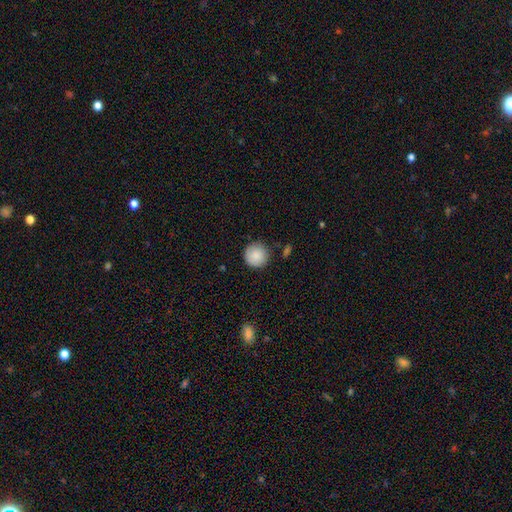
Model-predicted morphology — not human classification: This is clearly a smooth galaxy (88%). How rounded: clearly round (95%). Merging: clearly none (87%).